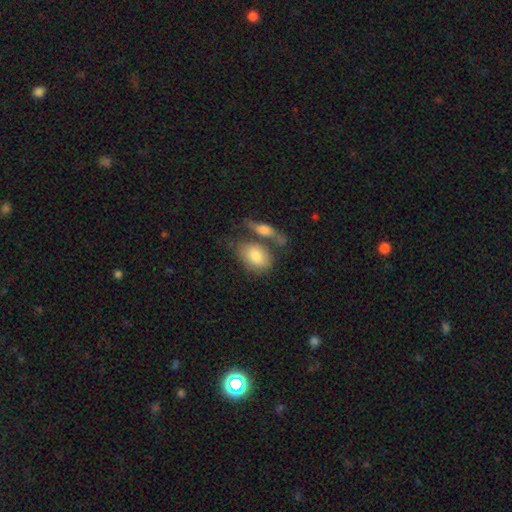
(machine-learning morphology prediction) A smooth galaxy with no disk features (77%) that is in between round and cigar-shaped (84%).

Vote fractions:
- Smooth or featured? smooth: 77% / featured or disk: 16% / star or artifact: 6%
- How rounded? in between: 84% / round: 13% / cigar-shaped: 3%
- Merging? none: 43% / merger: 33% / minor disturbance: 16% / major disturbance: 8%